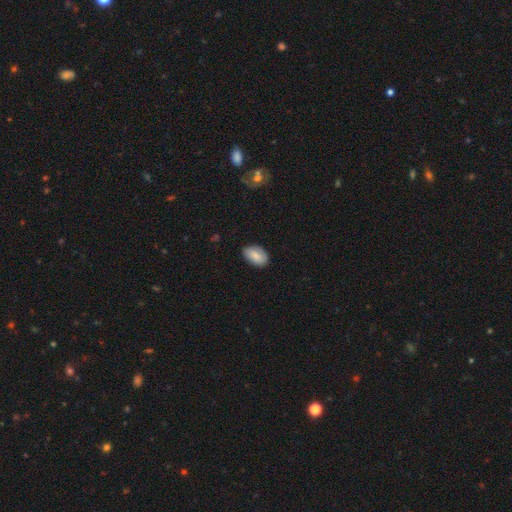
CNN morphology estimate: A smooth galaxy with no disk features (84%) that is in between round and cigar-shaped (91%).

Vote fractions:
- Smooth or featured? smooth: 84% / featured or disk: 9% / star or artifact: 6%
- How rounded? in between: 91% / round: 7% / cigar-shaped: 1%
- Merging? none: 82% / minor disturbance: 15% / major disturbance: 3% / merger: 1%